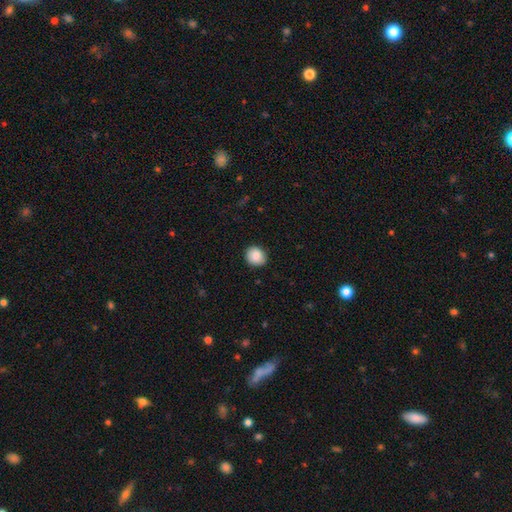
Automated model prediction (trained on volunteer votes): Smooth or featured? Predicted: smooth (p=0.88). How rounded? Predicted: round (p=0.78). Merging? Predicted: none (p=0.89).